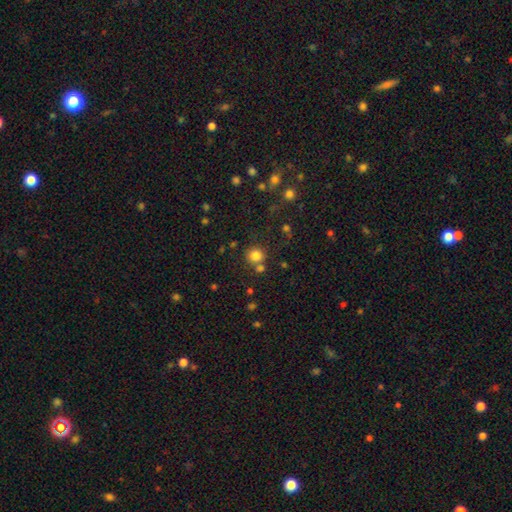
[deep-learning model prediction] smooth_or_featured: smooth (p=0.81) [alt: star or artifact p=0.13]
how_rounded: round (p=0.90) [alt: in between p=0.09]
merging: none (p=0.72) [alt: merger p=0.16]